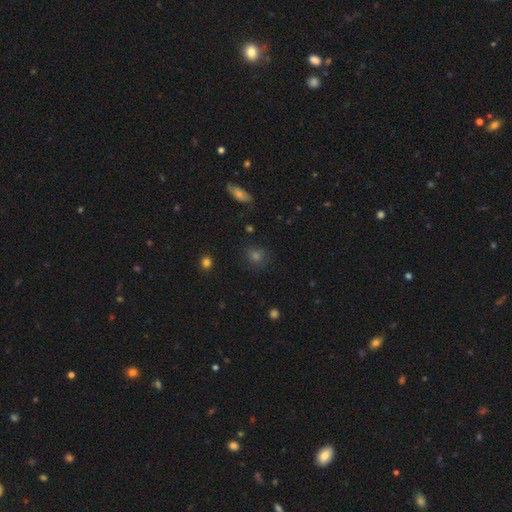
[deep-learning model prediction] This appears to be a smooth galaxy with no disk features (61%) that is round (79%). Merging: none (83%).